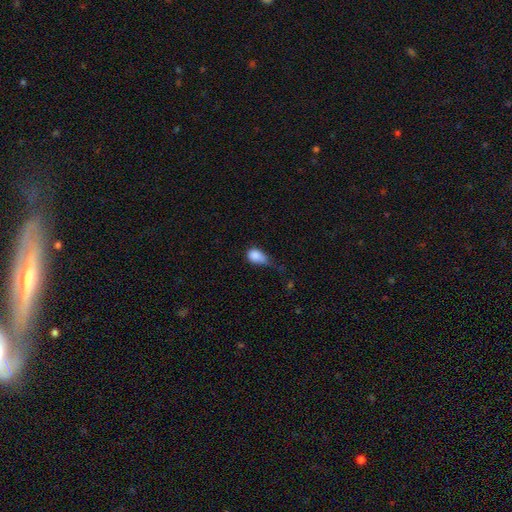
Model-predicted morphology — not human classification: Smooth or featured? smooth (83%)
How rounded? in between (69%)
Merging? minor disturbance (46%)